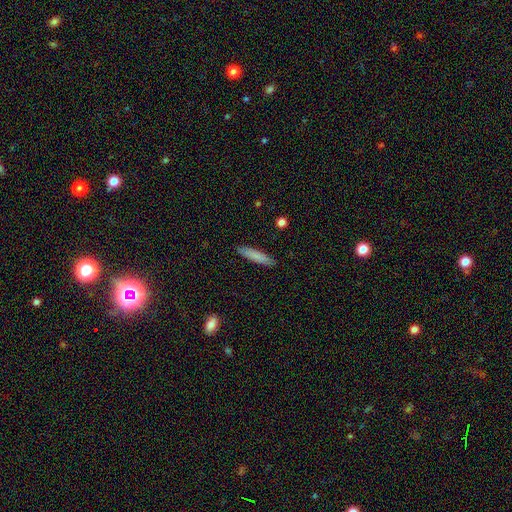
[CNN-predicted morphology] Smooth or featured? Predicted: smooth (p=0.81). How rounded? Predicted: cigar-shaped (p=0.88). Merging? Predicted: none (p=0.89).